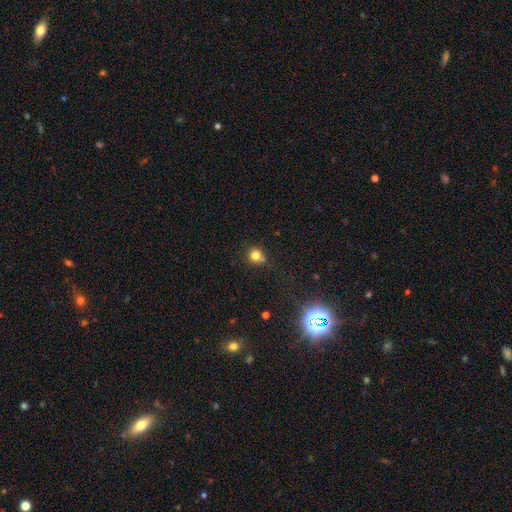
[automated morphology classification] smooth-or-featured: smooth: 79% | star or artifact: 15% | featured or disk: 7%
  how-rounded: round: 89% | in between: 10% | cigar-shaped: 1%
  merging: none: 69% | minor disturbance: 15% | merger: 11% | major disturbance: 5%